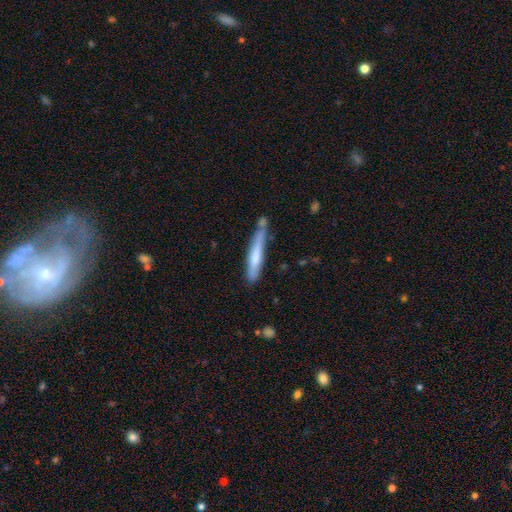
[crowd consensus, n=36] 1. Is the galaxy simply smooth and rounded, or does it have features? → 72% smooth, 25% featured or disk, 3% star or artifact.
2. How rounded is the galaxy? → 96% cigar-shaped, 4% in between, 0% round.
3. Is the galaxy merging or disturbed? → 46% none, 29% minor disturbance, 20% merger, 6% major disturbance.